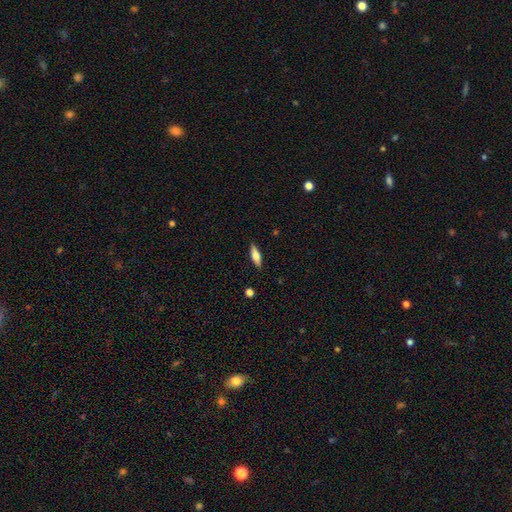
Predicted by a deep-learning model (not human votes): The model was most divided on "how rounded": in between: 49%, cigar-shaped: 48%, round: 3%. More confident: merging — none (88%); smooth or featured — smooth (60%).